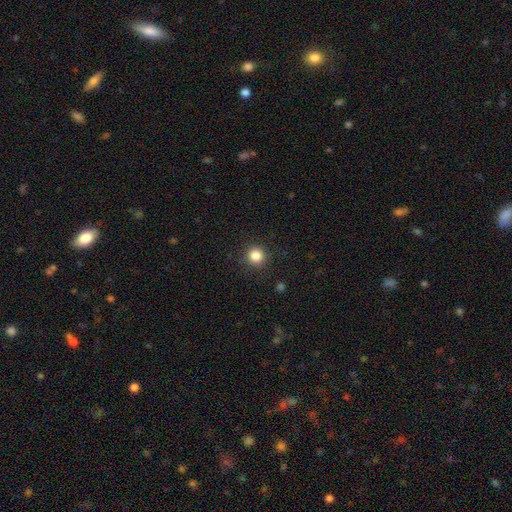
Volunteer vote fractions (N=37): smooth-or-featured: smooth: 92% | featured or disk: 5% | star or artifact: 3%
  how-rounded: round: 94% | in between: 6% | cigar-shaped: 0%
  merging: none: 100% | minor disturbance: 0% | major disturbance: 0% | merger: 0%